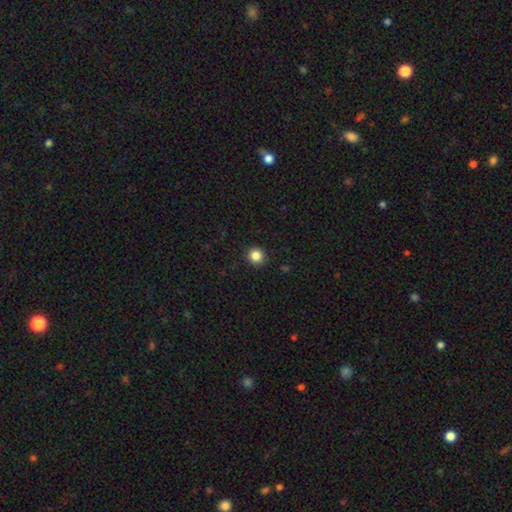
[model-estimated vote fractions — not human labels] smooth_or_featured: smooth (p=0.85) [alt: star or artifact p=0.11]
how_rounded: round (p=0.90) [alt: in between p=0.09]
merging: none (p=0.91) [alt: minor disturbance p=0.06]